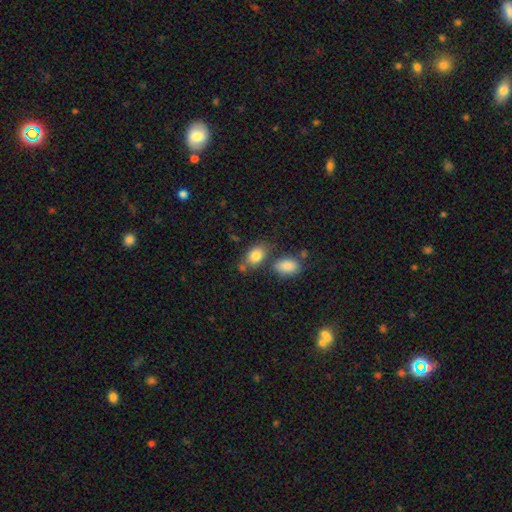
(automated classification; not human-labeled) smooth-or-featured: smooth: 83% | featured or disk: 9% | star or artifact: 8%
  how-rounded: in between: 82% | round: 16% | cigar-shaped: 2%
  merging: none: 59% | merger: 20% | minor disturbance: 16% | major disturbance: 5%